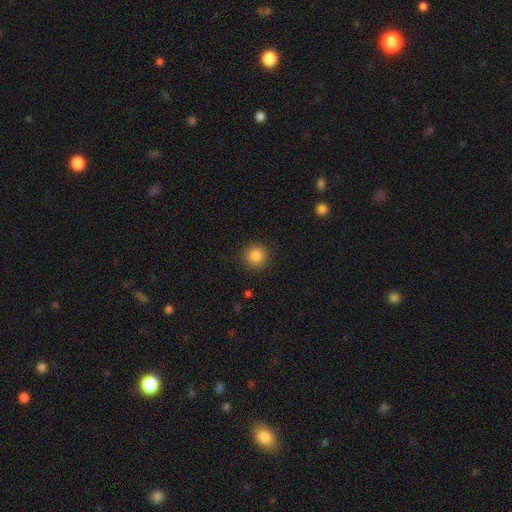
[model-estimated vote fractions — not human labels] This appears to be a smooth galaxy with no disk features (86%) that is round (94%). Merging: none (91%).